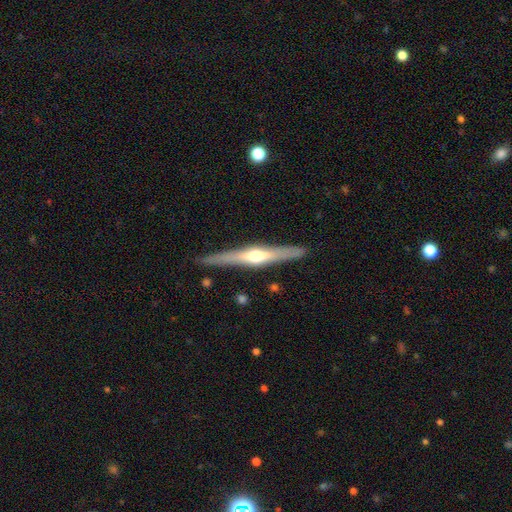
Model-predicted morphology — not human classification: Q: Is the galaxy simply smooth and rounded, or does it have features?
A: featured or disk — 72%.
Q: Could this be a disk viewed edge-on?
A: yes — 97%.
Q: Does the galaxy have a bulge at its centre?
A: rounded — 92%.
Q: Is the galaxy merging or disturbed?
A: none — 87%.